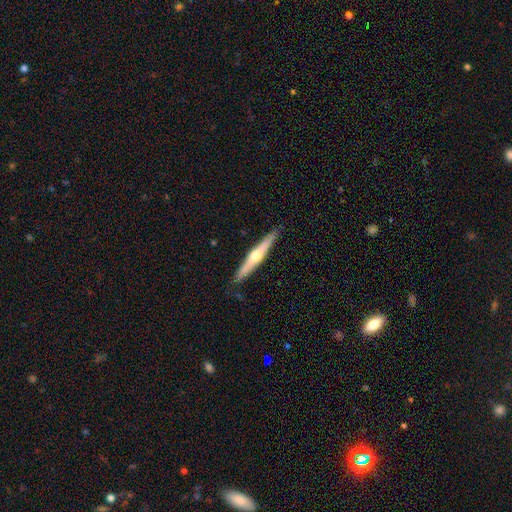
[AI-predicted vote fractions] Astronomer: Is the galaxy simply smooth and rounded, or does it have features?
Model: featured or disk — 66%.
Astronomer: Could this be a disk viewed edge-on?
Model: yes — 97%.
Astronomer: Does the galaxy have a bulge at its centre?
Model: rounded — 89%.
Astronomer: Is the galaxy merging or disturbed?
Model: none — 89%.